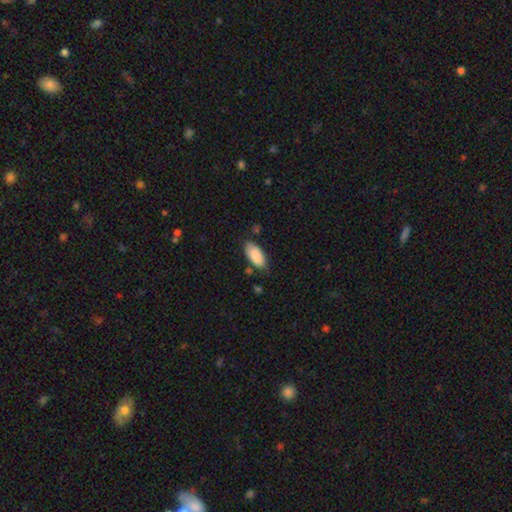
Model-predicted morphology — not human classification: Smooth or featured: smooth — 89% (star or artifact — 6%)
How rounded: in between — 91% (cigar-shaped — 7%)
Merging: none — 73% (minor disturbance — 20%)